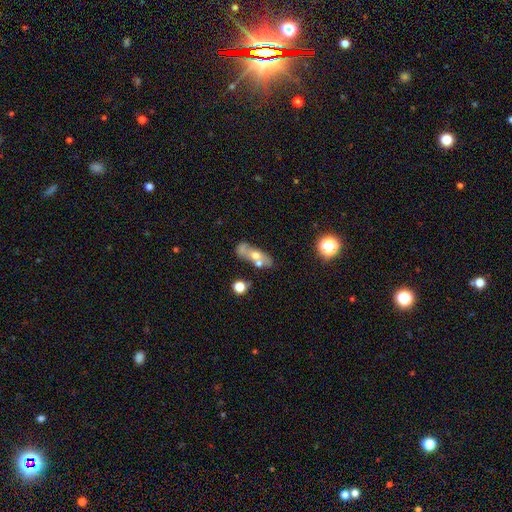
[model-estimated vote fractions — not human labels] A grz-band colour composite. It shows a featured or disk galaxy (46%). Merging: none (43%).